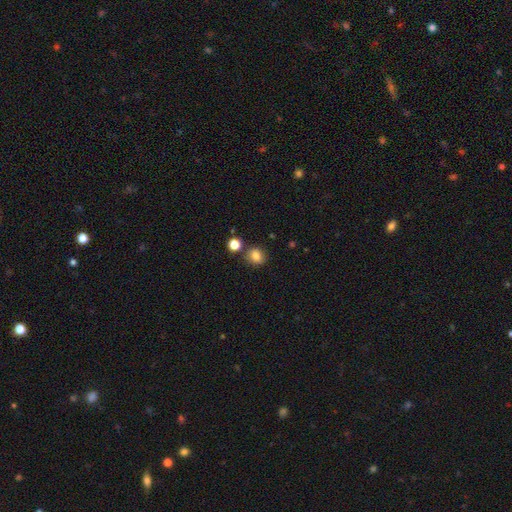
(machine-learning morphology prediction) smooth 82%, star or artifact 12%, featured or disk 6%. Down the decision tree: how rounded — round (76%); merging — none (79%).